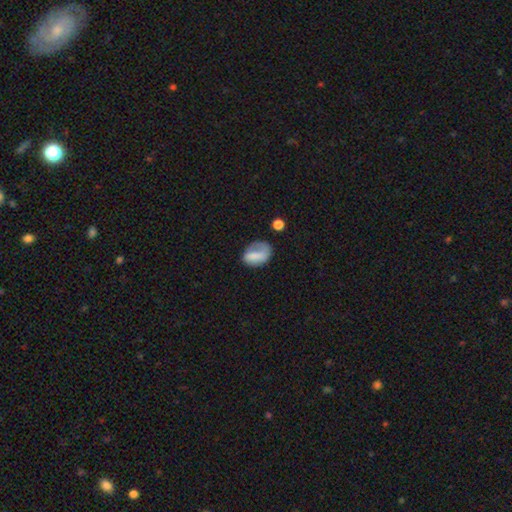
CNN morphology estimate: Smooth or featured? smooth (69%)
How rounded? in between (76%)
Merging? none (43%)